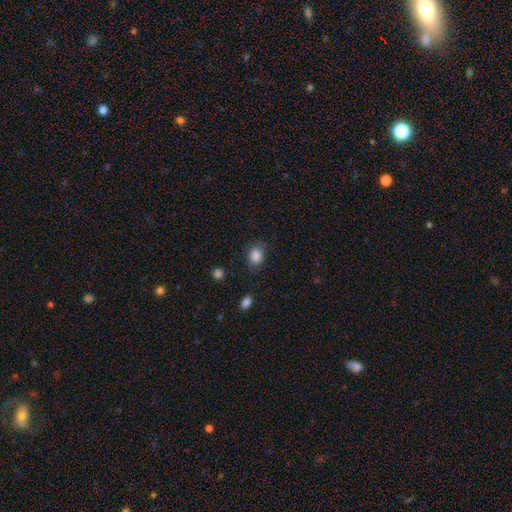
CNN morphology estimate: smooth 87%, star or artifact 9%, featured or disk 4%. Down the decision tree: how rounded — in between (50%); merging — none (75%).